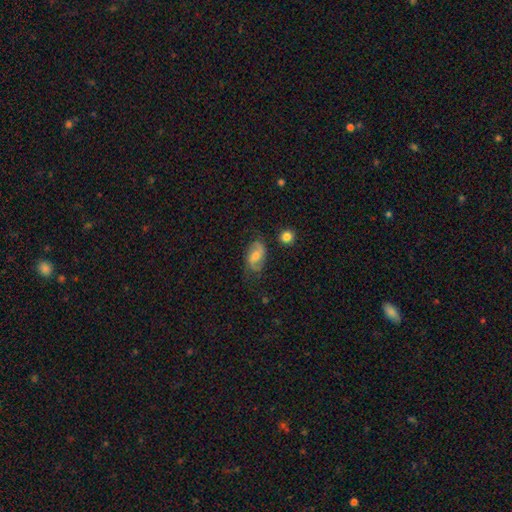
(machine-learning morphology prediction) featured or disk 57%, smooth 35%, star or artifact 8%. Down the decision tree: edge-on disk — no (96%); bar — no (44%); spiral arms — yes (88%); bulge size — moderate (55%); merging — none (69%).